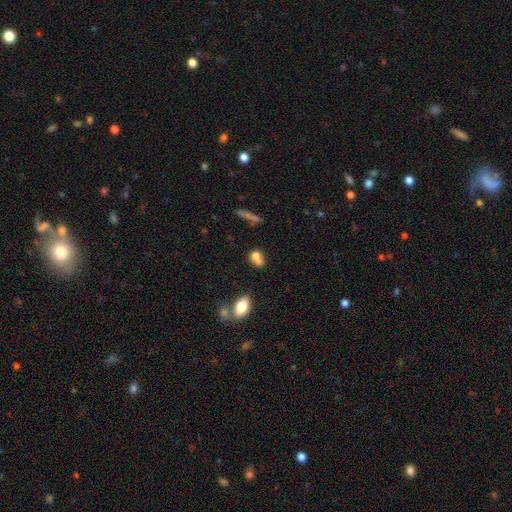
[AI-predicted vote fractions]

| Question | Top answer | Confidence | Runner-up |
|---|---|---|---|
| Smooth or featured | smooth | 72% | featured or disk (16%) |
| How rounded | in between | 60% | round (34%) |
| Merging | merger | 47% | none (31%) |